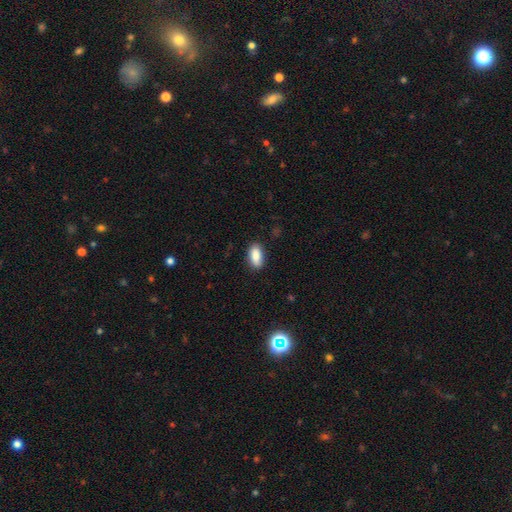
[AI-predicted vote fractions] Q: Smooth or featured?
A: smooth (87%); runner-up: star or artifact (7%)
Q: How rounded?
A: in between (88%); runner-up: cigar-shaped (8%)
Q: Merging?
A: none (85%); runner-up: minor disturbance (11%)